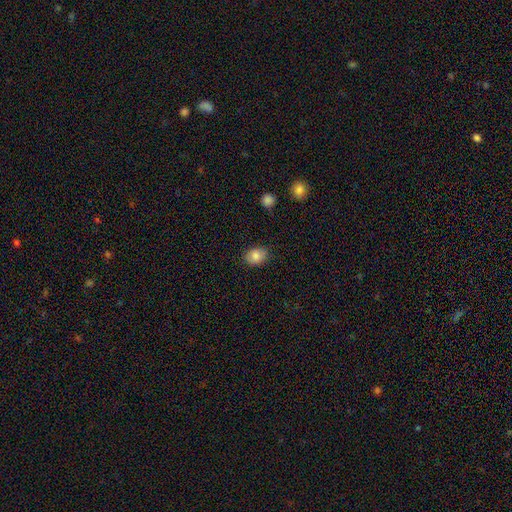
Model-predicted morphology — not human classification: This is clearly a smooth galaxy (83%). How rounded: likely in between (69%). Merging: clearly none (84%).